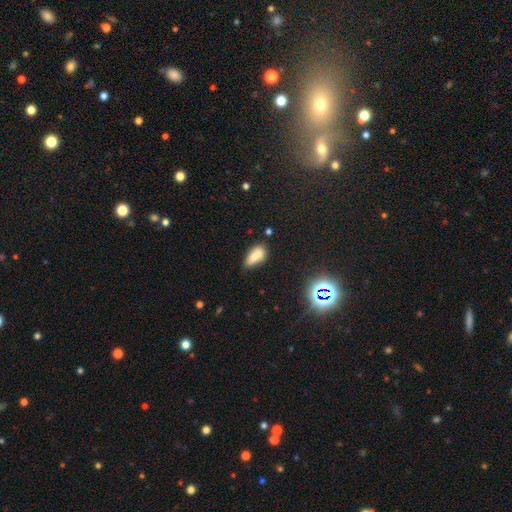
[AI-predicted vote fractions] Q: Smooth or featured?
A: smooth (69%); runner-up: featured or disk (18%)
Q: How rounded?
A: in between (82%); runner-up: cigar-shaped (10%)
Q: Merging?
A: none (36%); runner-up: merger (35%)